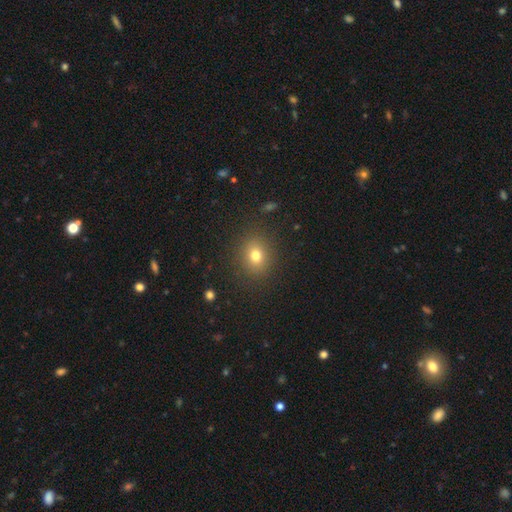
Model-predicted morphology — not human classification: A smooth galaxy with no disk features (76%) that is round (67%). Merging: none (87%).